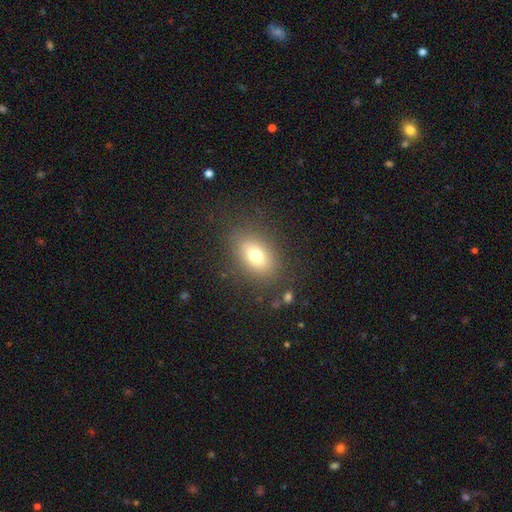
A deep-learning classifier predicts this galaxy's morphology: This is likely a smooth galaxy (73%). How rounded: likely in between (74%). Merging: clearly none (83%).